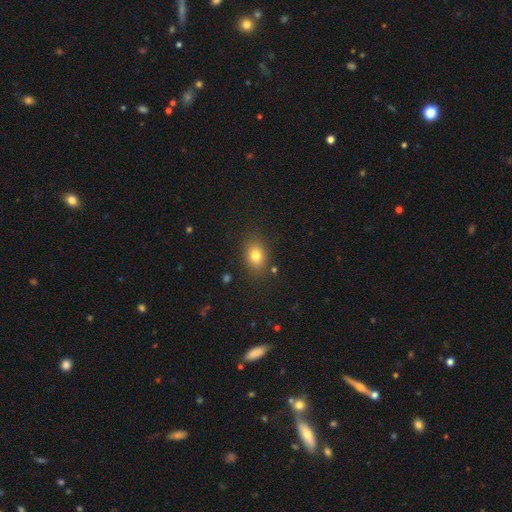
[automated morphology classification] A smooth galaxy with no disk features (80%) that is in between round and cigar-shaped (67%).

Vote fractions:
- Smooth or featured? smooth: 80% / star or artifact: 11% / featured or disk: 9%
- How rounded? in between: 67% / round: 32% / cigar-shaped: 1%
- Merging? none: 83% / minor disturbance: 11% / major disturbance: 3% / merger: 2%